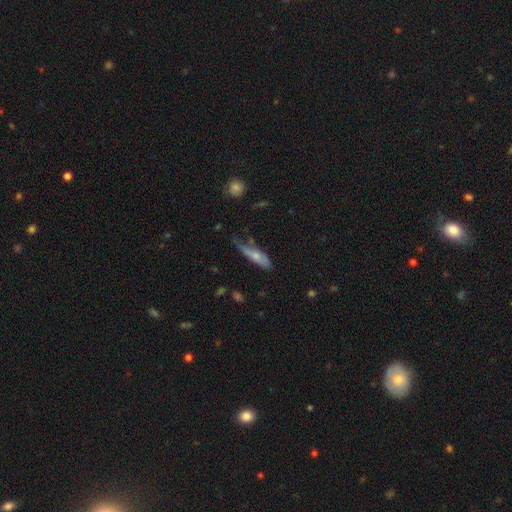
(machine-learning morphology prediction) type=smooth (60%); roundness=cigar-shaped (59%); merging=minor disturbance (39%, tied with none).